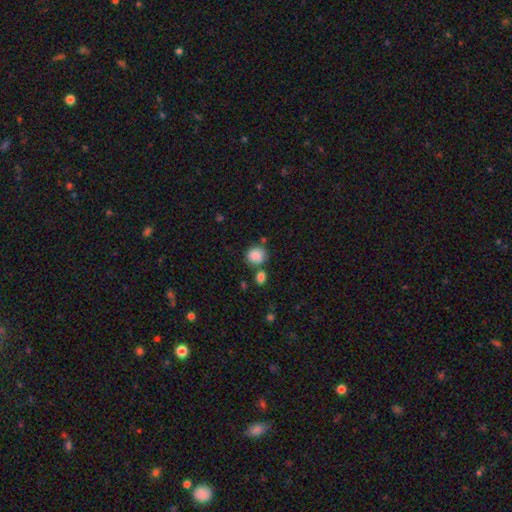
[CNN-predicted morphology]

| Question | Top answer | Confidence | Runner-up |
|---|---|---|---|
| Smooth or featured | smooth | 86% | star or artifact (8%) |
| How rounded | round | 83% | in between (16%) |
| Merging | none | 66% | merger (17%) |